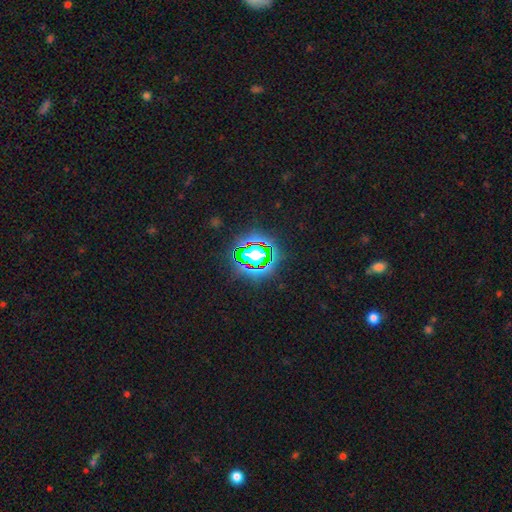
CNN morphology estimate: A star or artifact, not a galaxy (78%).

Vote fractions:
- Smooth or featured? star or artifact: 78% / smooth: 14% / featured or disk: 9%